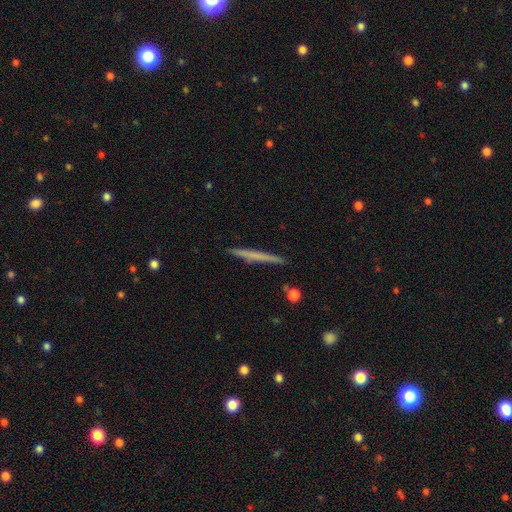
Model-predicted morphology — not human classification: smooth_or_featured: smooth (p=0.50) [alt: featured or disk p=0.44]
how_rounded: cigar-shaped (p=0.97) [alt: in between p=0.02]
merging: none (p=0.91) [alt: minor disturbance p=0.06]